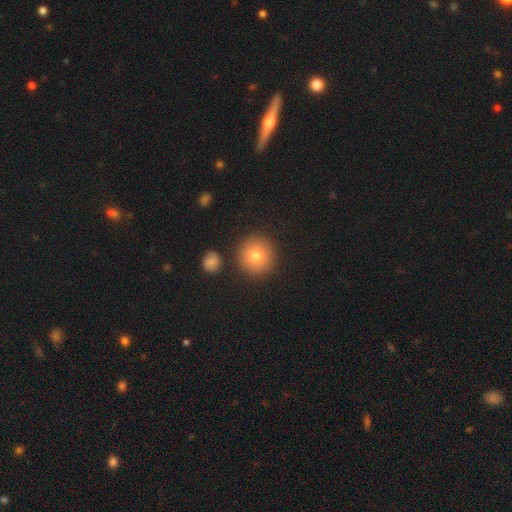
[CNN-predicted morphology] Q: Smooth or featured?
A: smooth (80%); runner-up: star or artifact (10%)
Q: How rounded?
A: round (94%); runner-up: in between (5%)
Q: Merging?
A: none (89%); runner-up: minor disturbance (6%)